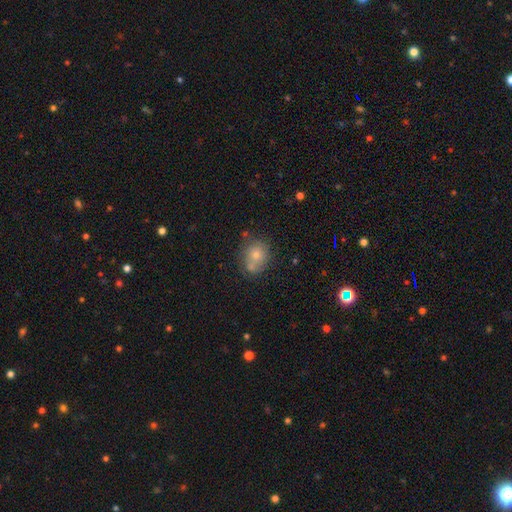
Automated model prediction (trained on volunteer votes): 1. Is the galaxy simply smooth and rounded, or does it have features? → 71% smooth, 18% featured or disk, 11% star or artifact.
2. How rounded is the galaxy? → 63% round, 36% in between, 1% cigar-shaped.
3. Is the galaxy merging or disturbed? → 54% none, 25% merger, 17% minor disturbance, 5% major disturbance.